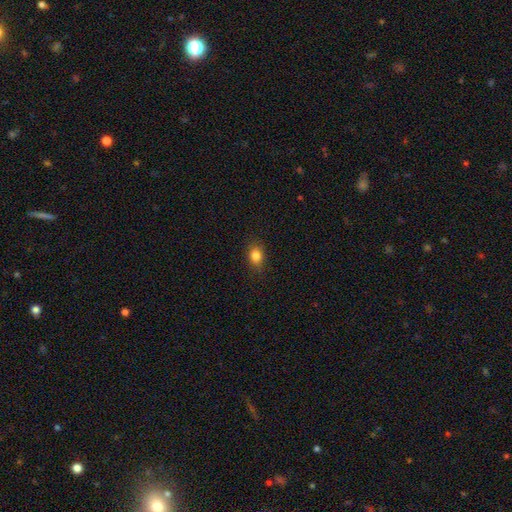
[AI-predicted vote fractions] Smooth or featured?
  - smooth: 83% *
  - star or artifact: 11%
  - featured or disk: 7%
How rounded?
  - in between: 63% *
  - round: 35%
  - cigar-shaped: 2%
Merging?
  - none: 85% *
  - minor disturbance: 11%
  - major disturbance: 3%
  - merger: 1%